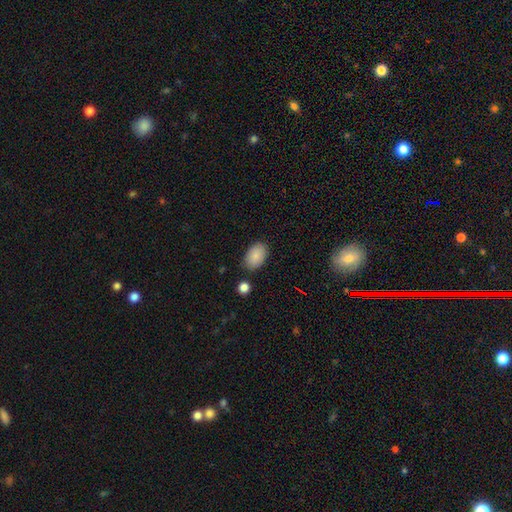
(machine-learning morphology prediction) smooth-or-featured: smooth: 87% | star or artifact: 7% | featured or disk: 6%
  how-rounded: in between: 91% | round: 8% | cigar-shaped: 1%
  merging: none: 83% | minor disturbance: 12% | major disturbance: 3% | merger: 2%